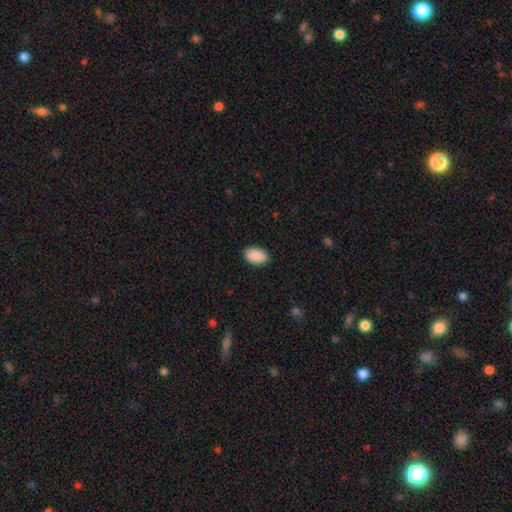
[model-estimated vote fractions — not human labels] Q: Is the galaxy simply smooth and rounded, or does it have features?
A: smooth — 91%.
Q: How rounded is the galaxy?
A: in between — 91%.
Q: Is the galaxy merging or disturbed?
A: none — 89%.